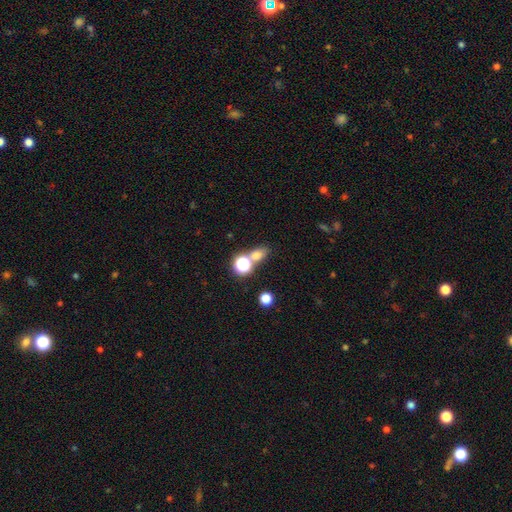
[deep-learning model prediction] smooth-or-featured: smooth: 66% | star or artifact: 25% | featured or disk: 9%
  how-rounded: in between: 56% | round: 42% | cigar-shaped: 3%
  merging: none: 56% | merger: 29% | minor disturbance: 10% | major disturbance: 5%